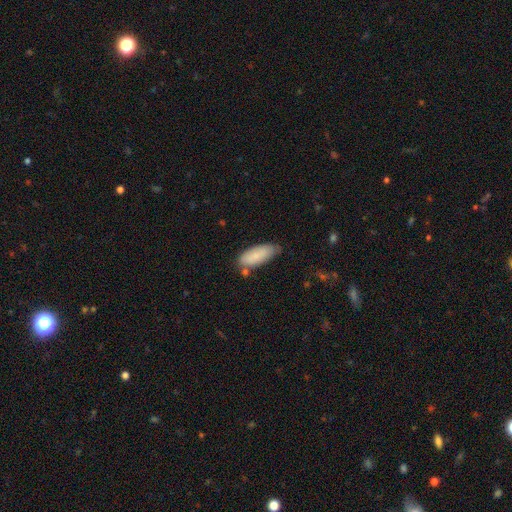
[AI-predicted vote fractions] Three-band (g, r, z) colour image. It shows a smooth galaxy with no disk features (81%) that is in between round and cigar-shaped (79%). Merging: none (64%).